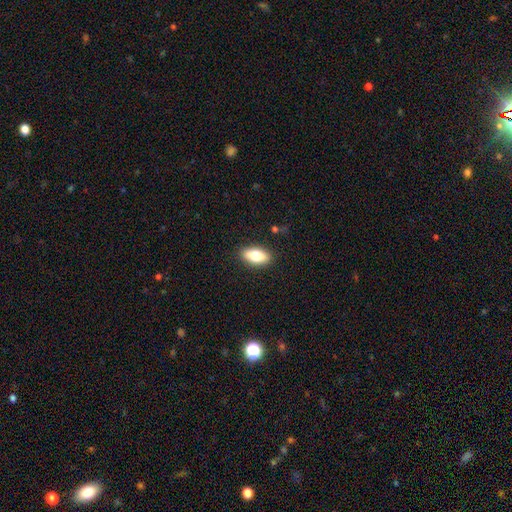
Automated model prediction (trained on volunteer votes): This is likely a smooth galaxy (74%). How rounded: clearly in between (84%). Merging: clearly none (88%).